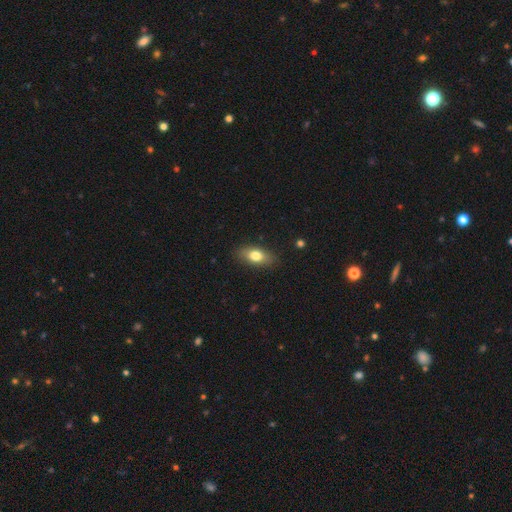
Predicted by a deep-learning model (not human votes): This appears to be a smooth galaxy with no disk features (76%) that is in between round and cigar-shaped (84%). Merging: none (85%).